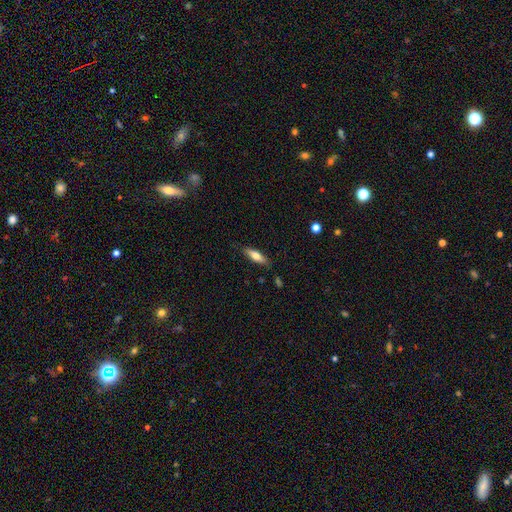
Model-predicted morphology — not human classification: smooth 63%, featured or disk 31%, star or artifact 6%. Down the decision tree: how rounded — cigar-shaped (55%); merging — none (84%).